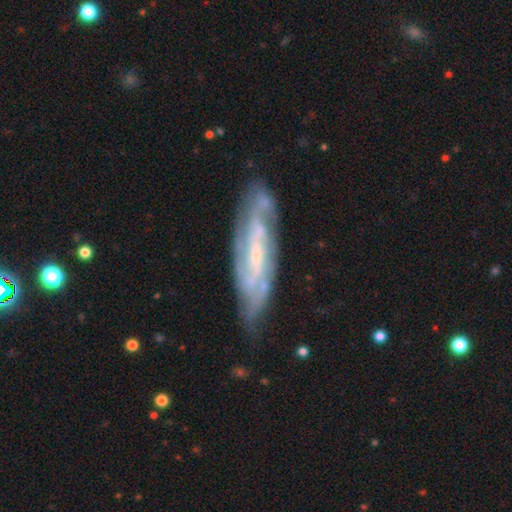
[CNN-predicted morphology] Q: Smooth or featured?
A: featured or disk (82%); runner-up: smooth (12%)
Q: Edge-on disk?
A: no (78%); runner-up: yes (22%)
Q: Bar?
A: weak (41%); runner-up: no (35%)
Q: Spiral arms?
A: yes (92%); runner-up: no (8%)
Q: Spiral winding?
A: tight (57%); runner-up: medium (35%)
Q: Spiral arm count?
A: can't tell (39%); runner-up: 2 (28%)
Q: Bulge size?
A: small (58%); runner-up: moderate (26%)
Q: Merging?
A: none (75%); runner-up: minor disturbance (18%)